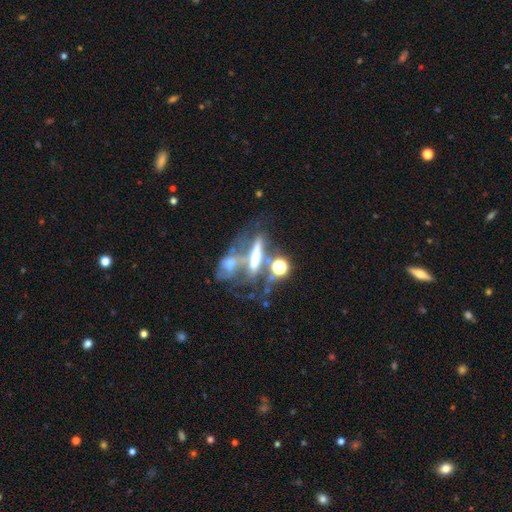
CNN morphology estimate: A featured or disk galaxy (62%) viewed edge-on (54%). Merging: merger (50%).